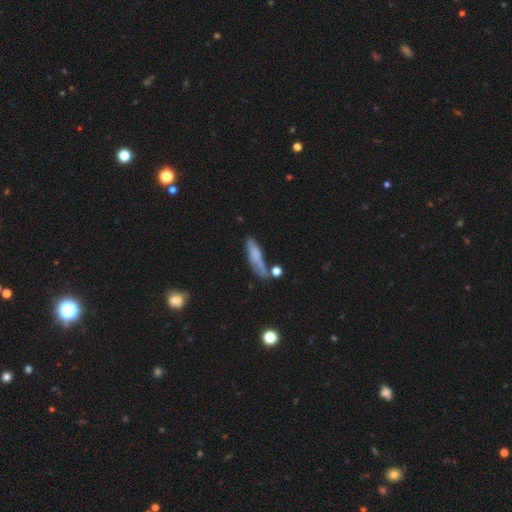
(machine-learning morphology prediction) smooth 64%, featured or disk 27%, star or artifact 9%. Down the decision tree: how rounded — cigar-shaped (63%); merging — none (51%).